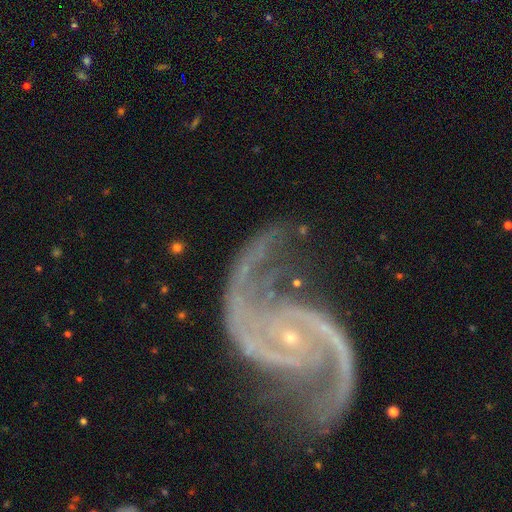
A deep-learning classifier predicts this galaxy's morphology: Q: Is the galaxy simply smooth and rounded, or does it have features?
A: featured or disk — 94%.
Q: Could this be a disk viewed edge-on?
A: no — 98%.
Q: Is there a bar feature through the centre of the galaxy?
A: no — 56%.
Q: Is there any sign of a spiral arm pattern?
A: yes — 98%.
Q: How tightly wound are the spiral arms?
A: loose — 46%.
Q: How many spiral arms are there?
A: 2 — 93%.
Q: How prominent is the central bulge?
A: small — 90%.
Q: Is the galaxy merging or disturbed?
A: none — 64%.